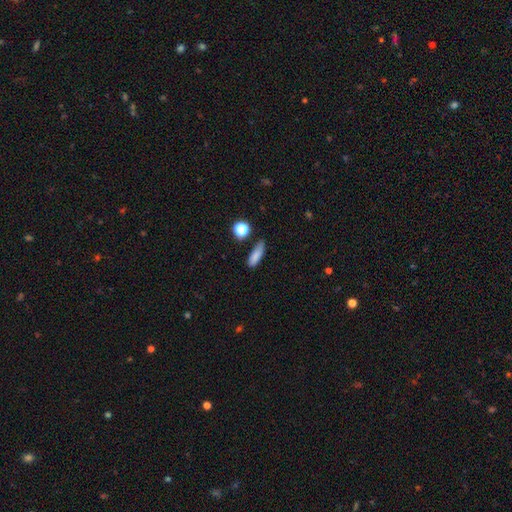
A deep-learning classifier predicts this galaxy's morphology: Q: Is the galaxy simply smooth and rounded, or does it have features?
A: smooth — 81%.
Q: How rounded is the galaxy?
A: in between — 48%.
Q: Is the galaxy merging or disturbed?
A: none — 66%.